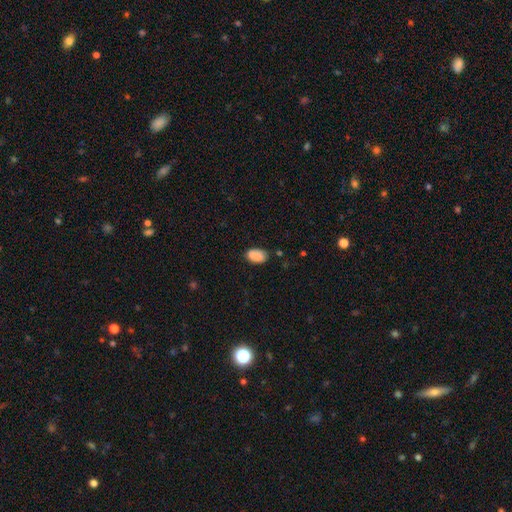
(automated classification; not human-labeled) Smooth or featured? smooth (85%)
How rounded? in between (91%)
Merging? none (74%)